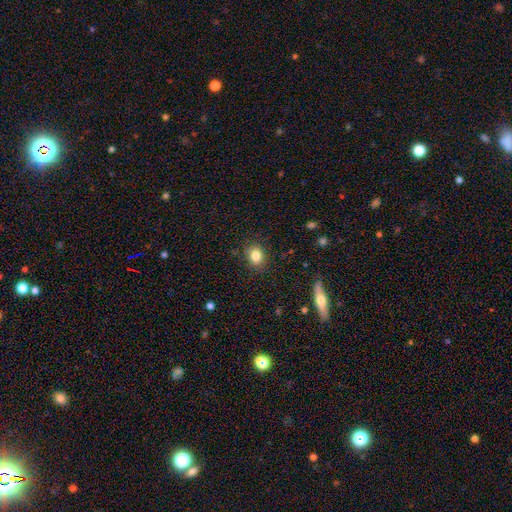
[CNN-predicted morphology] smooth 83%, star or artifact 10%, featured or disk 7%. Down the decision tree: how rounded — round (57%); merging — none (87%).